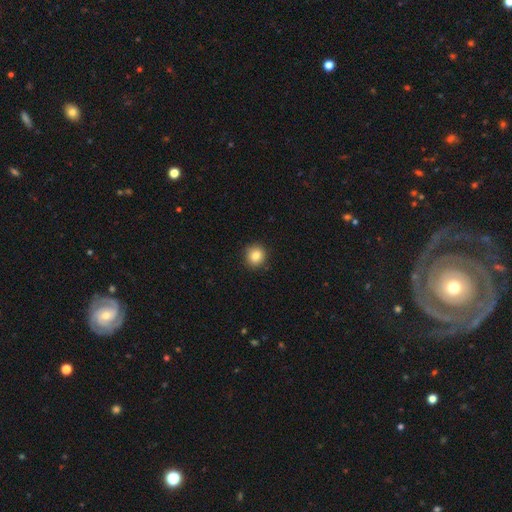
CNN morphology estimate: smooth 83%, star or artifact 10%, featured or disk 7%. Down the decision tree: how rounded — round (89%); merging — none (89%).